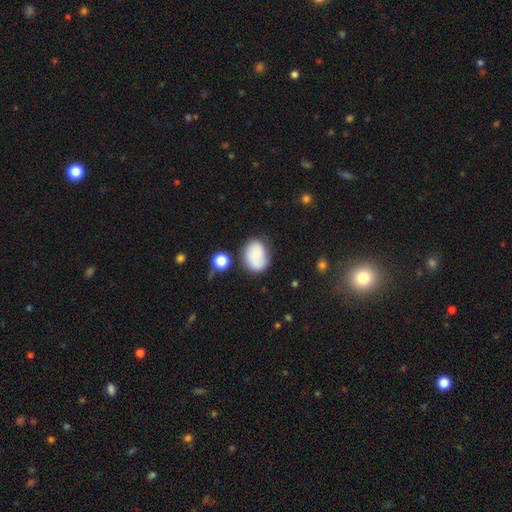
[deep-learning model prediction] A smooth galaxy with no disk features (71%) that is in between round and cigar-shaped (65%). Merging: none (65%).